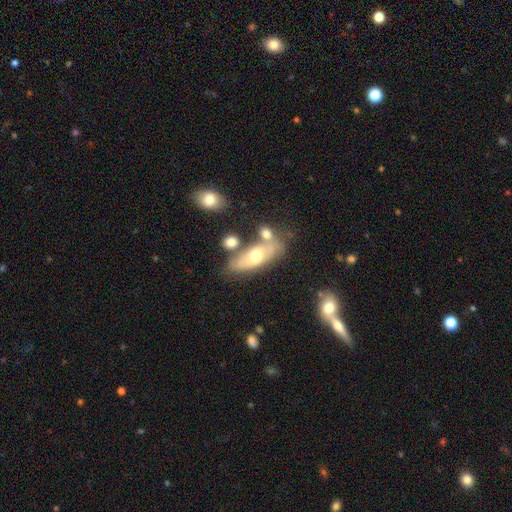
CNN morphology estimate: Overall: smooth (51%; featured or disk 42%). How rounded: in between (68%; cigar-shaped 28%). Merging: none (59%).